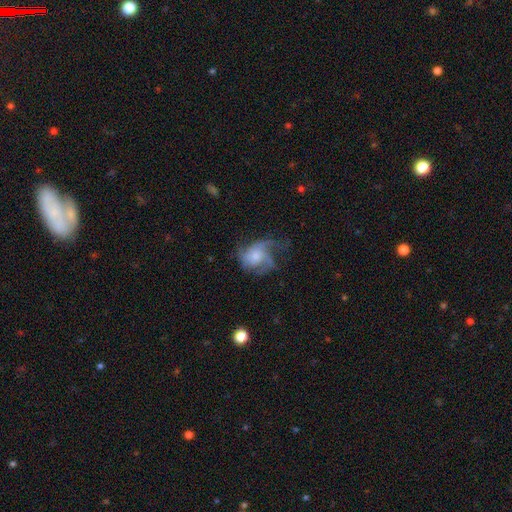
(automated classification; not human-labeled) smooth-or-featured: featured or disk: 63% | smooth: 28% | star or artifact: 9%
  disk-edge-on: no: 97% | yes: 3%
    bar: no: 79% | weak: 19% | strong: 3%
    has-spiral-arms: yes: 81% | no: 19%
      spiral-winding: medium: 41% | loose: 39% | tight: 19%
      spiral-arm-count: 3: 40% | can't tell: 20% | 4: 15% | 2: 12% | 1: 8% | more than 4: 5%
    bulge-size: moderate: 44% | small: 37% | large: 8% | none: 8% | dominant: 2%
  merging: major disturbance: 38% | none: 37% | minor disturbance: 23% | merger: 2%